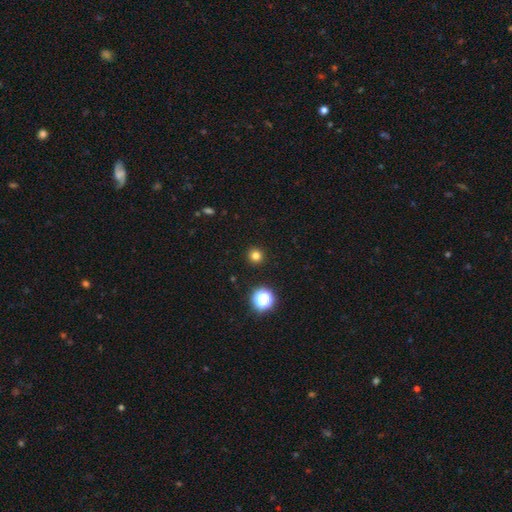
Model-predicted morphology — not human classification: Smooth or featured: smooth — 79% (star or artifact — 17%)
How rounded: round — 94% (in between — 5%)
Merging: none — 93% (minor disturbance — 4%)